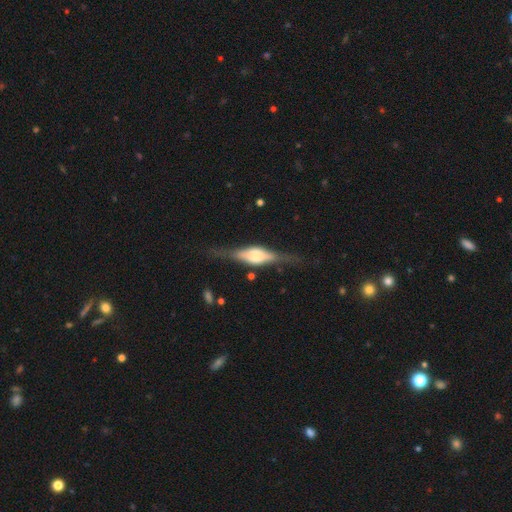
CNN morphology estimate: Smooth or featured? featured or disk (73%)
Edge-on disk? yes (95%)
Edge-on bulge? rounded (74%)
Merging? none (75%)